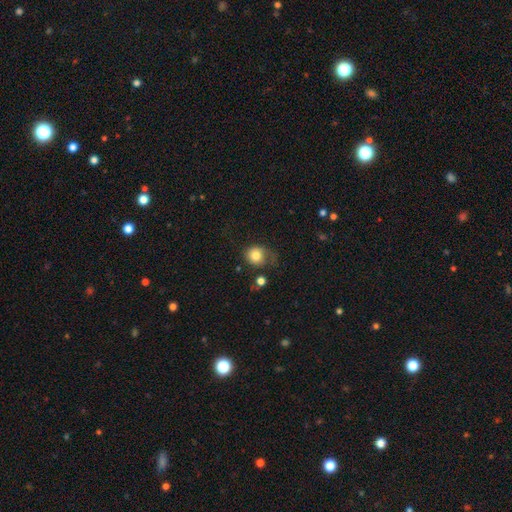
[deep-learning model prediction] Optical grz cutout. It shows a smooth galaxy with no disk features (78%) that is round (77%). Merging: none (46%).